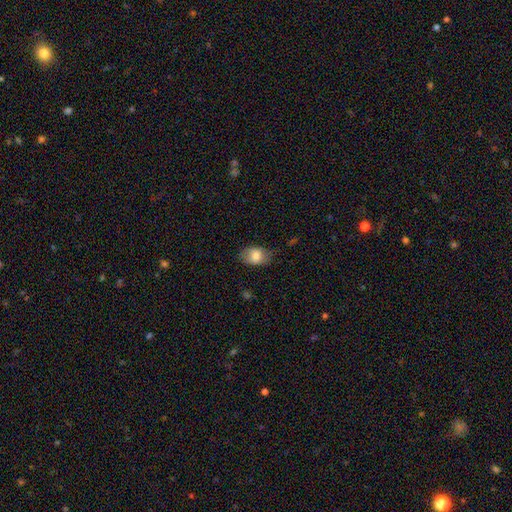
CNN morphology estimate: Overall: smooth (79%). How rounded: in between (85%). Merging: none (71%).